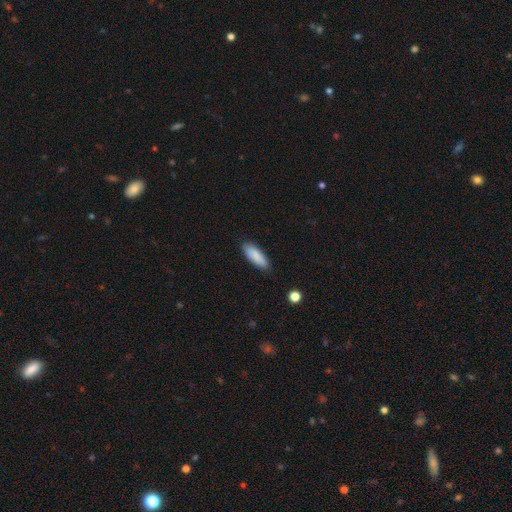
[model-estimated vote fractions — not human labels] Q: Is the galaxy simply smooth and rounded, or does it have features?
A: smooth — 87%.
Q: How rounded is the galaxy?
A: in between — 62%.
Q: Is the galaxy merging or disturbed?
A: none — 86%.